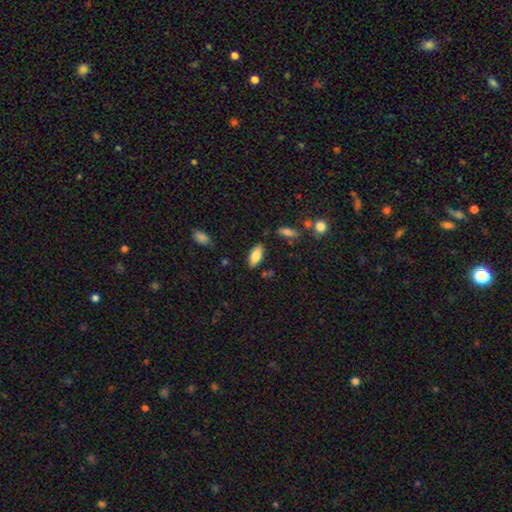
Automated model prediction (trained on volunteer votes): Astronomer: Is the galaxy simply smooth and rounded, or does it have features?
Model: smooth — 81%.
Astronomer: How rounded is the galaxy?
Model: in between — 82%.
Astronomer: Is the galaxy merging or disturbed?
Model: none — 82%.